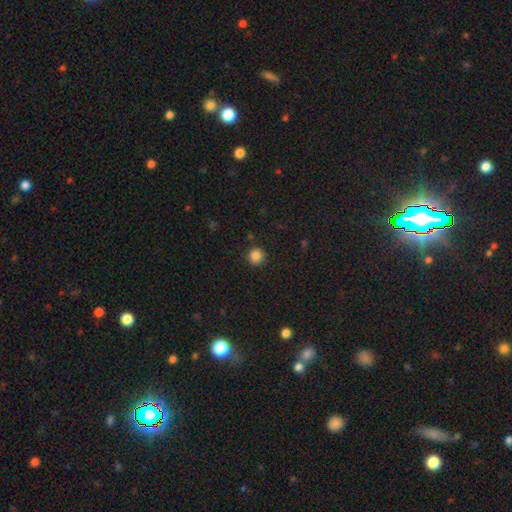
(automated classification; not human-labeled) Overall: smooth (86%). How rounded: round (94%). Merging: none (91%).